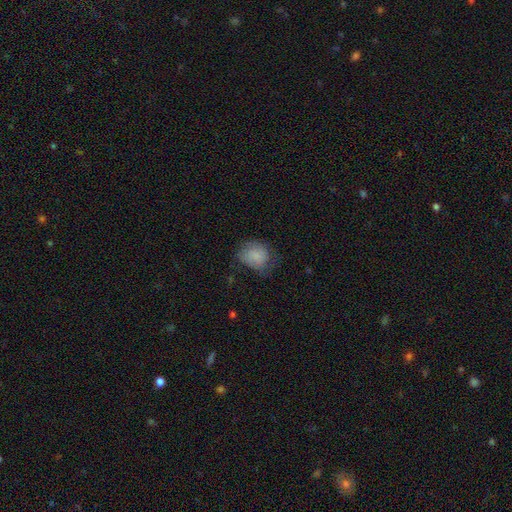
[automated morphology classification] Q: Smooth or featured?
A: smooth (78%); runner-up: featured or disk (13%)
Q: How rounded?
A: round (50%); tied with: in between (50%)
Q: Merging?
A: none (48%); runner-up: minor disturbance (33%)